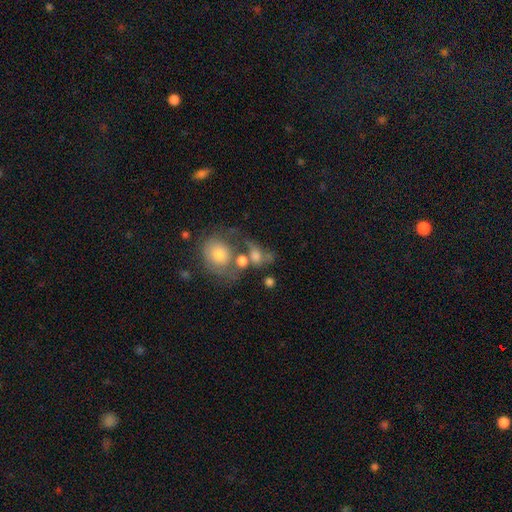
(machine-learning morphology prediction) The model was most divided on "how rounded": in between: 53%, round: 44%, cigar-shaped: 3%. Remaining: smooth or featured — smooth (62%); merging — merger (41%).